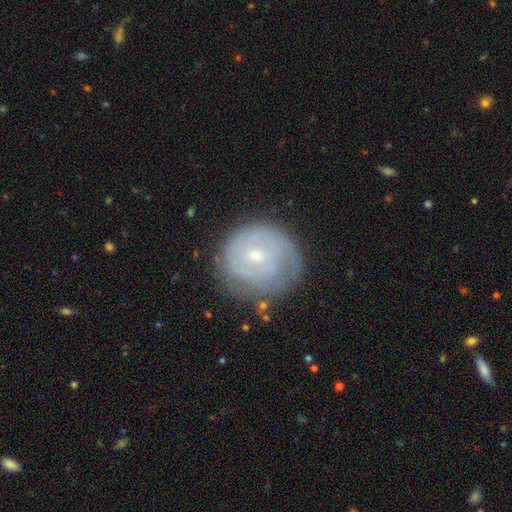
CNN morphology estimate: Smooth or featured: featured or disk — 65% (smooth — 28%)
Edge-on disk: no — 97% (yes — 3%)
Bar: no — 61% (weak — 34%)
Spiral arms: yes — 79% (no — 21%)
Bulge size: small — 63% (moderate — 32%)
Merging: none — 71% (minor disturbance — 19%)